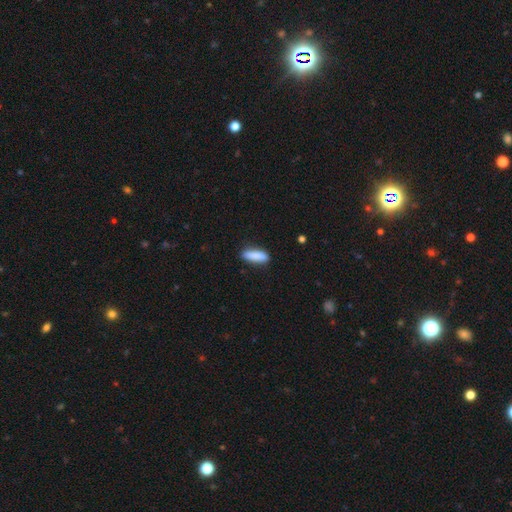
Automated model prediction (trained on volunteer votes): A smooth galaxy with no disk features (85%) that is cigar-shaped (56%). Merging: none (83%).